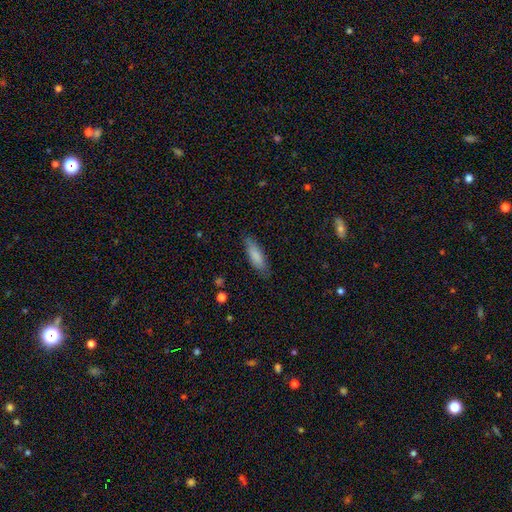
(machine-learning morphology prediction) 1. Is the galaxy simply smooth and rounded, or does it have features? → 82% smooth, 12% featured or disk, 6% star or artifact.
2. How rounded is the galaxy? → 51% cigar-shaped, 47% in between, 2% round.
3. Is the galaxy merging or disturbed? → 80% none, 15% minor disturbance, 3% major disturbance, 1% merger.